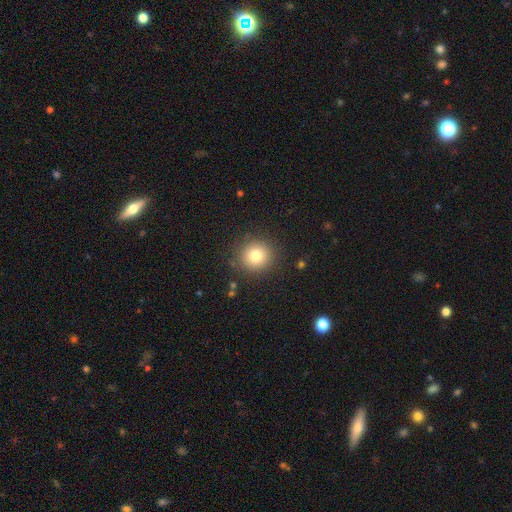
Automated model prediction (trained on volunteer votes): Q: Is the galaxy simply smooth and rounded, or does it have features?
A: smooth — 79%.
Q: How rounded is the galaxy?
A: round — 92%.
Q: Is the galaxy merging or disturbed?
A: none — 88%.